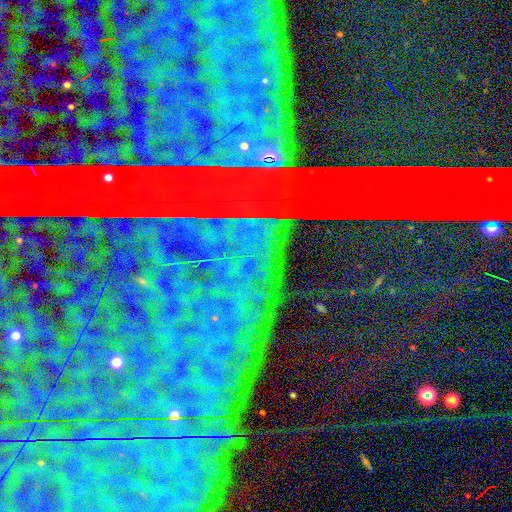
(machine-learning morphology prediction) This appears to be a star or artifact, not a galaxy (87%).